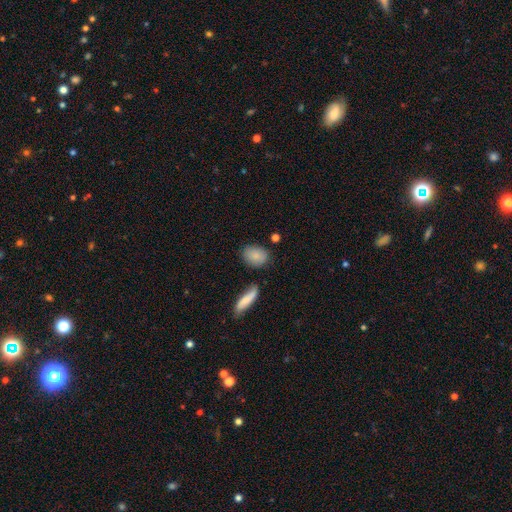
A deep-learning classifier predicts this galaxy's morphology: type=smooth (85%); roundness=in between (73%); merging=none (75%).